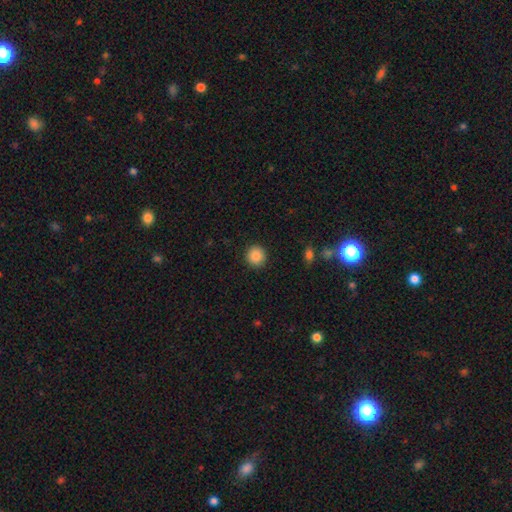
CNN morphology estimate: smooth-or-featured: smooth: 86% | star or artifact: 9% | featured or disk: 5%
  how-rounded: round: 93% | in between: 6% | cigar-shaped: 1%
  merging: none: 92% | minor disturbance: 5% | major disturbance: 2% | merger: 1%